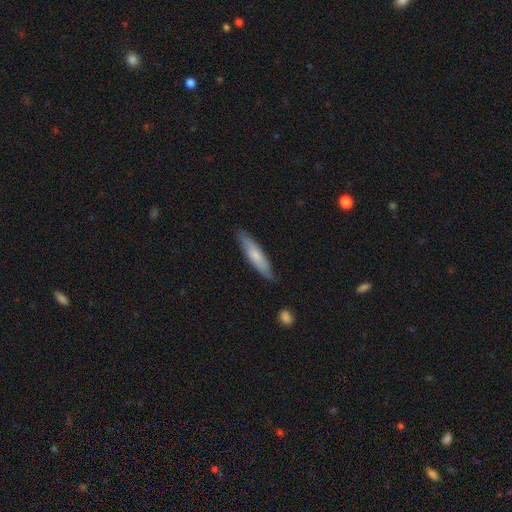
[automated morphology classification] Smooth or featured?
  - smooth: 68% *
  - featured or disk: 27%
  - star or artifact: 5%
How rounded?
  - cigar-shaped: 81% *
  - in between: 17%
  - round: 1%
Merging?
  - none: 83% *
  - minor disturbance: 14%
  - major disturbance: 2%
  - merger: 1%